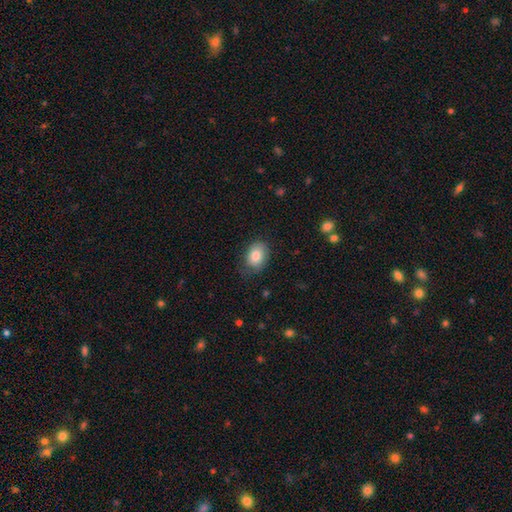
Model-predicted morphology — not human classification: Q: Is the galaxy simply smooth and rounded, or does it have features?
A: smooth — 84%.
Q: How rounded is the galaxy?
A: in between — 74%.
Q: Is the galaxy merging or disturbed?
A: none — 70%.